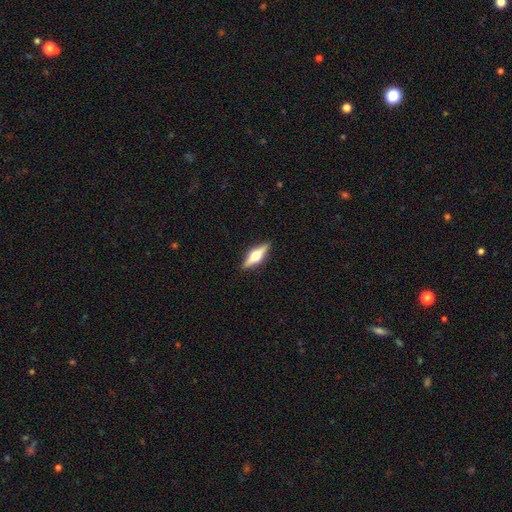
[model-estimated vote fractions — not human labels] This appears to be a featured or disk galaxy (67%) viewed edge-on (97%) with a rounded central bulge (95%). Merging: none (90%).